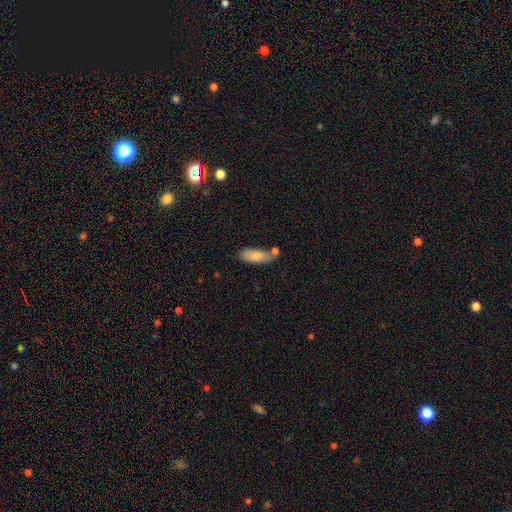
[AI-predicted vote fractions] Smooth or featured? smooth (81%)
How rounded? in between (72%)
Merging? none (57%)